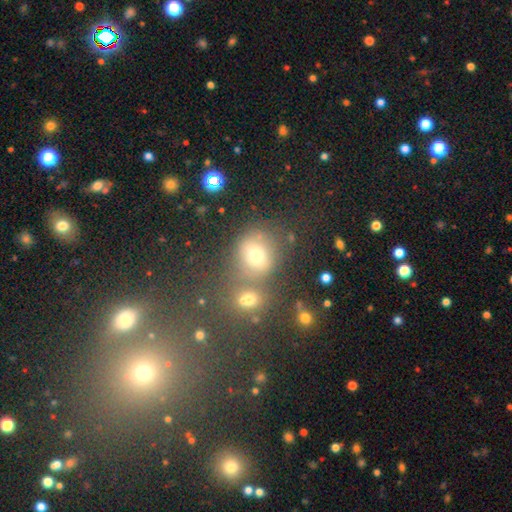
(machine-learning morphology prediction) The model was most divided on "merging": none: 56%, merger: 23%, minor disturbance: 14%, major disturbance: 8%. More confident: how rounded — round (70%); smooth or featured — smooth (64%).